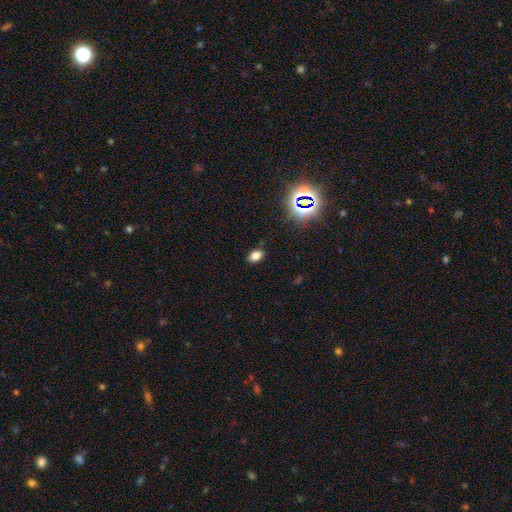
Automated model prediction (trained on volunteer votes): smooth_or_featured: smooth (p=0.75) [alt: star or artifact p=0.19]
how_rounded: in between (p=0.86) [alt: round p=0.13]
merging: none (p=0.87) [alt: minor disturbance p=0.10]